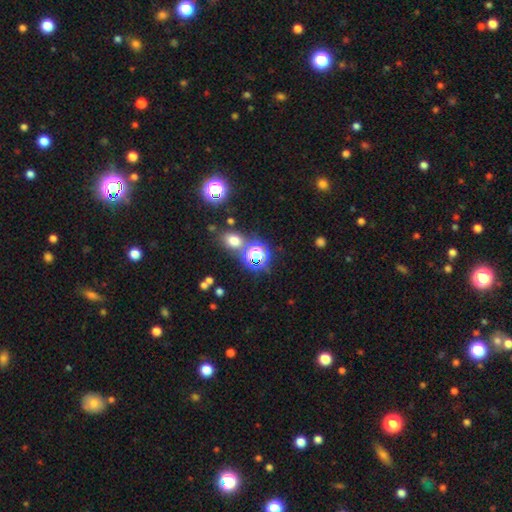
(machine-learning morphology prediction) This is possibly a star or artifact rather than a galaxy (52%).